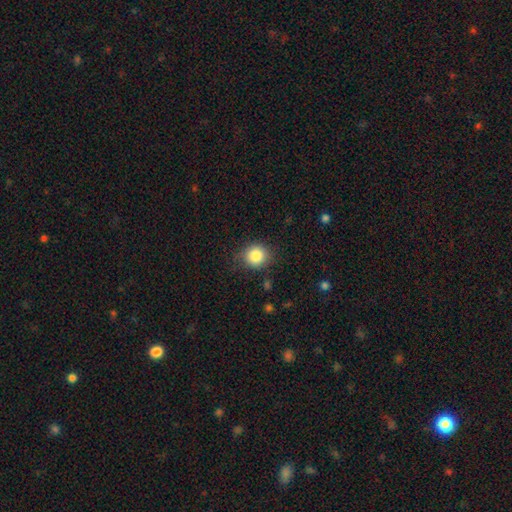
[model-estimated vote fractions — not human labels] A smooth galaxy with no disk features (85%) that is round (86%). Merging: none (78%).